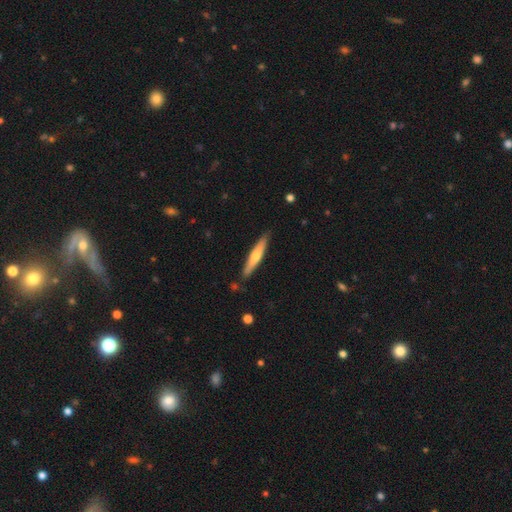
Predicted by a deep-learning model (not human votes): Overall: smooth (50%; featured or disk 45%). Merging: none (87%).